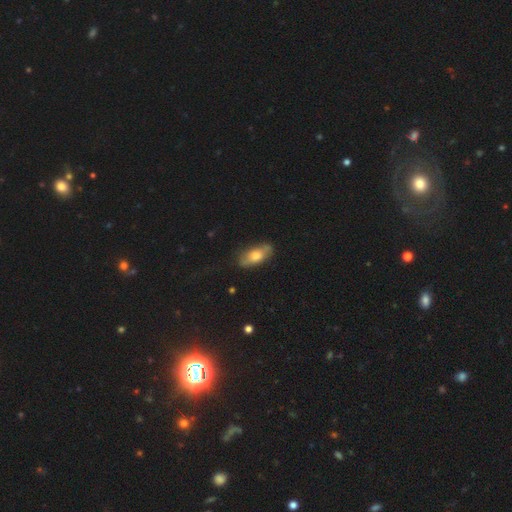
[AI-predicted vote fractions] smooth_or_featured: smooth (p=0.61) [alt: featured or disk p=0.32]
how_rounded: in between (p=0.82) [alt: cigar-shaped p=0.14]
merging: none (p=0.78) [alt: minor disturbance p=0.17]